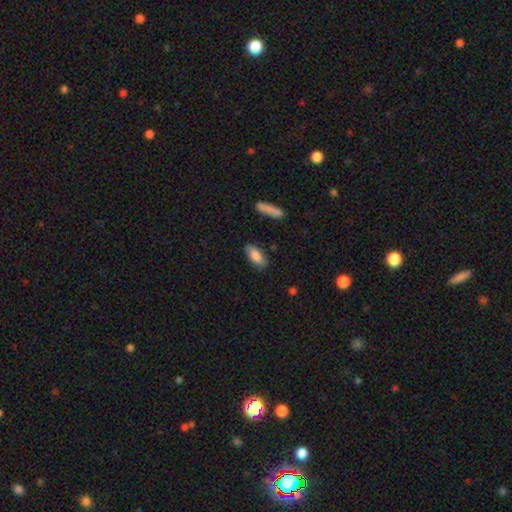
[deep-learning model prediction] This is clearly a smooth galaxy (84%). How rounded: clearly in between (81%). Merging: clearly none (84%).